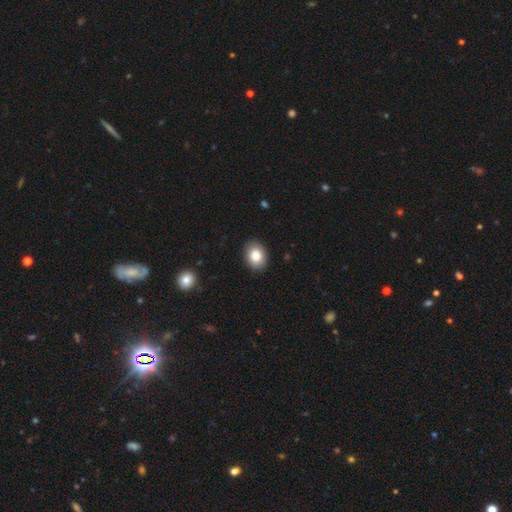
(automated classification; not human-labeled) Smooth or featured? Predicted: smooth (p=0.85). How rounded? Predicted: in between (p=0.67). Merging? Predicted: none (p=0.88).